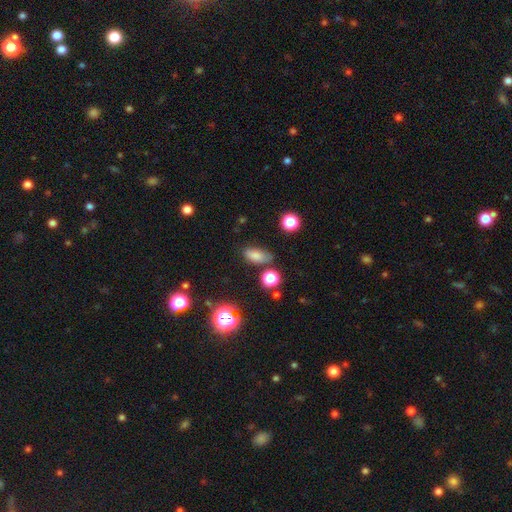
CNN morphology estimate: Q: Smooth or featured?
A: smooth (77%); runner-up: star or artifact (15%)
Q: How rounded?
A: in between (84%); runner-up: round (8%)
Q: Merging?
A: none (68%); runner-up: minor disturbance (21%)